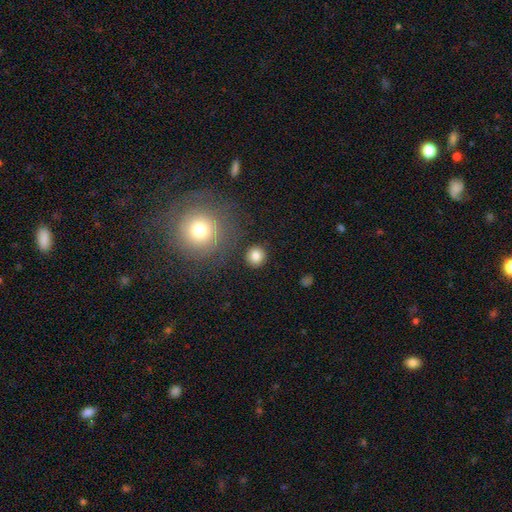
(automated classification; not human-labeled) Q: Smooth or featured?
A: smooth (83%); runner-up: star or artifact (11%)
Q: How rounded?
A: round (91%); runner-up: in between (8%)
Q: Merging?
A: none (87%); runner-up: minor disturbance (7%)